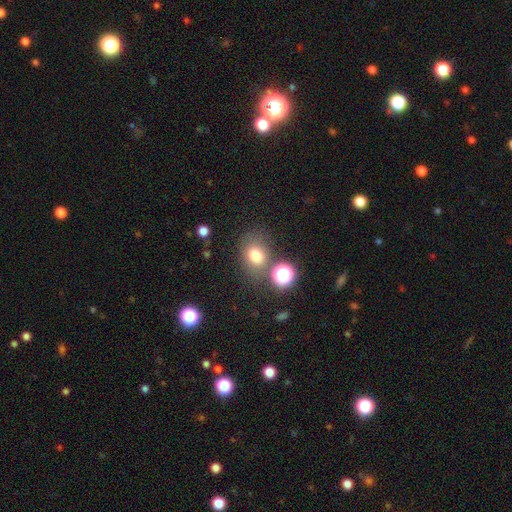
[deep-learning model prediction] This is likely a smooth galaxy (76%). How rounded: possibly in between (52%). Merging: likely none (64%).